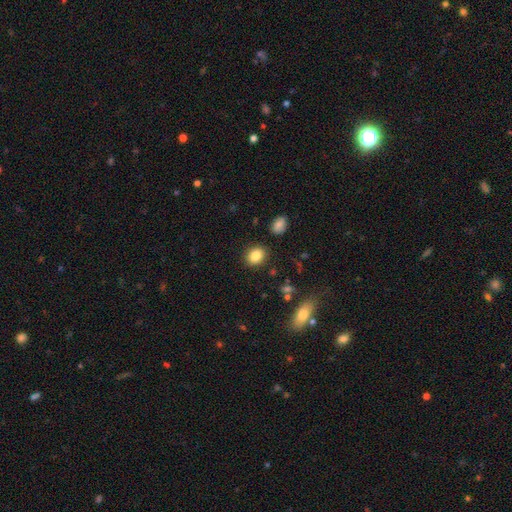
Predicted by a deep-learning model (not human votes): Overall: smooth (85%). How rounded: round (58%; in between 41%). Merging: none (88%).